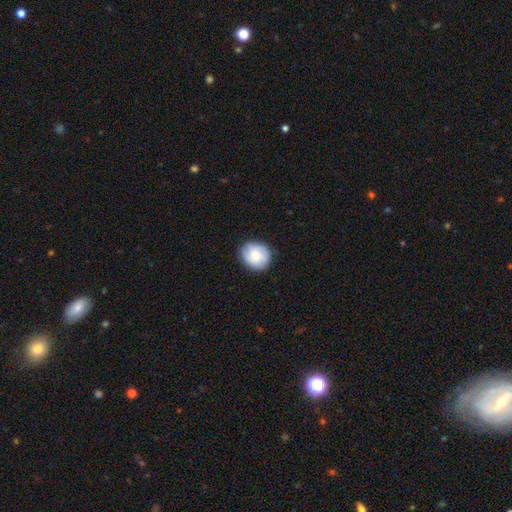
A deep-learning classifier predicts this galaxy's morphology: smooth 67%, featured or disk 25%, star or artifact 7%. Down the decision tree: how rounded — round (79%); merging — none (84%).